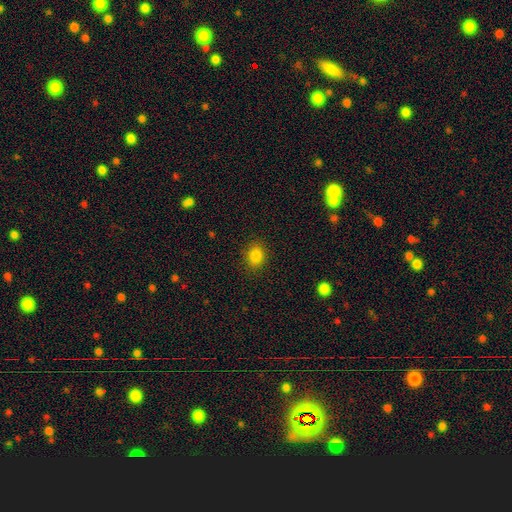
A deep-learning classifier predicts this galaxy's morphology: This appears to be a smooth galaxy with no disk features (83%) that is in between round and cigar-shaped (52%). Merging: none (88%).